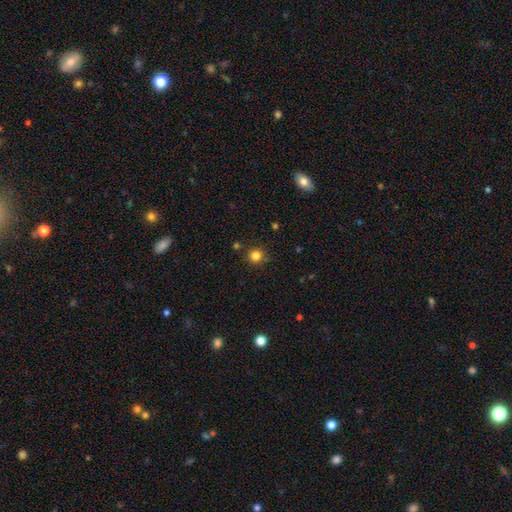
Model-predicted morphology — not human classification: smooth 82%, star or artifact 14%, featured or disk 5%. Down the decision tree: how rounded — round (94%); merging — none (87%).